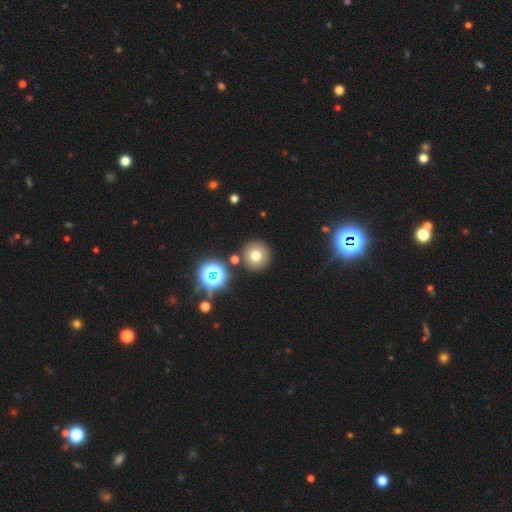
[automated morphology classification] Smooth or featured? smooth (71%)
How rounded? round (95%)
Merging? none (86%)